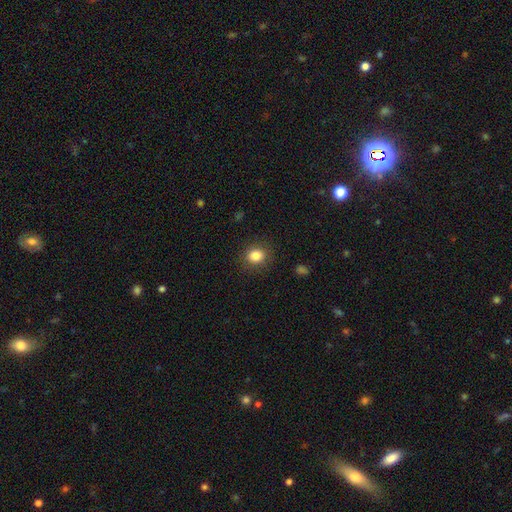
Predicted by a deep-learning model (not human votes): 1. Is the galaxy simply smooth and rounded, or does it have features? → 84% smooth, 10% star or artifact, 6% featured or disk.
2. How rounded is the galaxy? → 65% round, 34% in between, 1% cigar-shaped.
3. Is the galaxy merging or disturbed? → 87% none, 9% minor disturbance, 3% major disturbance, 1% merger.